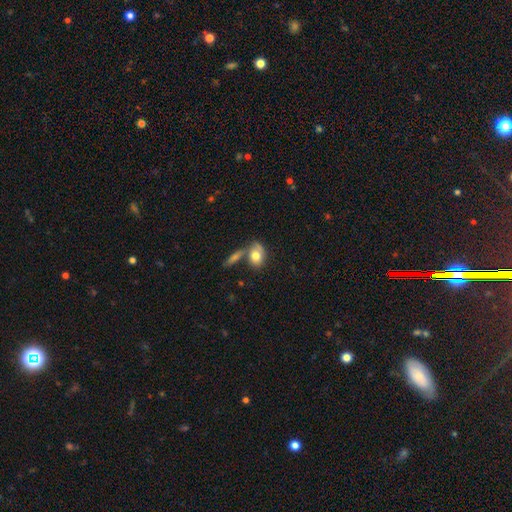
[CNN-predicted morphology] Smooth or featured: smooth — 74% (featured or disk — 18%)
How rounded: in between — 72% (round — 23%)
Merging: none — 46% (merger — 31%)